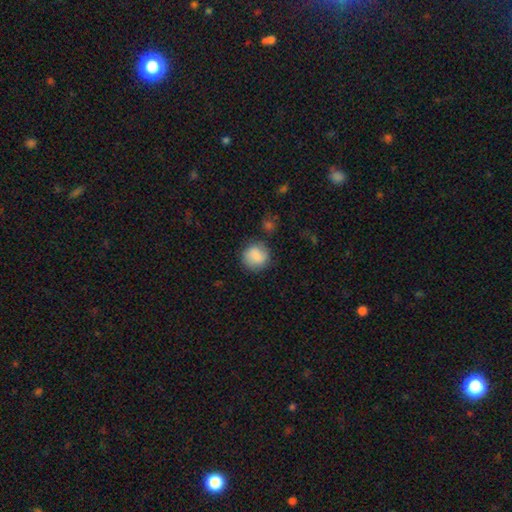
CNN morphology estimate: Q: Smooth or featured?
A: smooth (84%); runner-up: featured or disk (9%)
Q: How rounded?
A: round (89%); runner-up: in between (10%)
Q: Merging?
A: none (79%); runner-up: minor disturbance (13%)